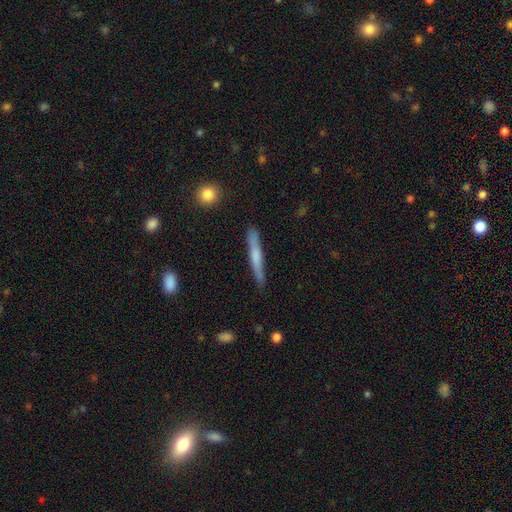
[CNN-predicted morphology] A smooth galaxy with no disk features (56%) that is cigar-shaped (95%).

Vote fractions:
- Smooth or featured? smooth: 56% / featured or disk: 38% / star or artifact: 6%
- How rounded? cigar-shaped: 95% / in between: 3% / round: 2%
- Merging? none: 86% / minor disturbance: 11% / major disturbance: 2% / merger: 2%